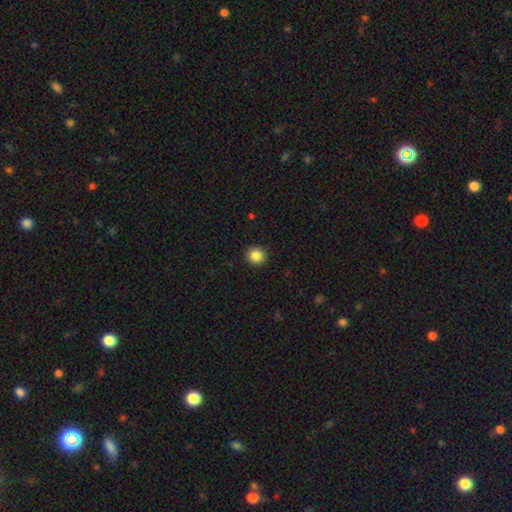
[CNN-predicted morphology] type=smooth (86%); roundness=round (92%); merging=none (92%).